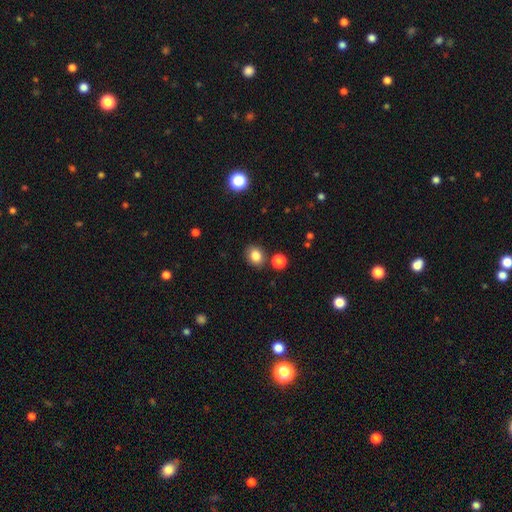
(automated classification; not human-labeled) This is clearly a smooth galaxy (83%). How rounded: possibly round (58%). Merging: clearly none (82%).